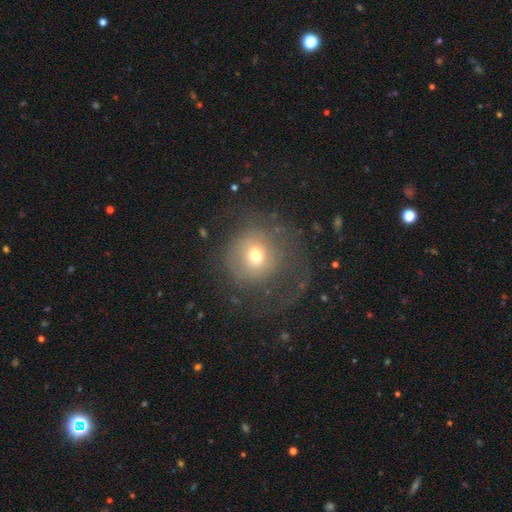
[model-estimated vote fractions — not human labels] This appears to be a smooth galaxy with no disk features (53%) that is round (88%). Merging: none (42%).